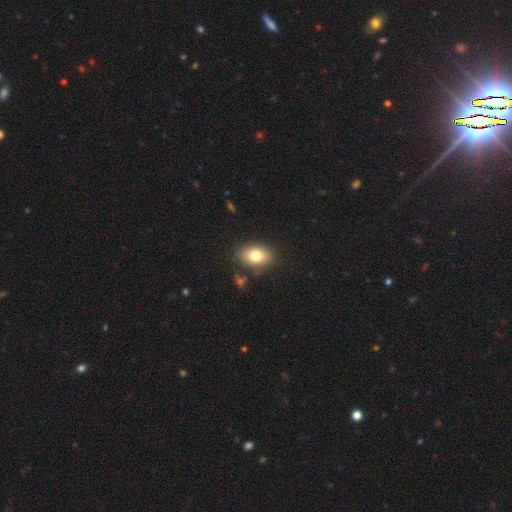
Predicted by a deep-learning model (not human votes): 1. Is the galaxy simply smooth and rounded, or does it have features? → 81% smooth, 11% featured or disk, 9% star or artifact.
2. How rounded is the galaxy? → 81% in between, 18% round, 1% cigar-shaped.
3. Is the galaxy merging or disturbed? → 81% none, 12% minor disturbance, 4% merger, 3% major disturbance.